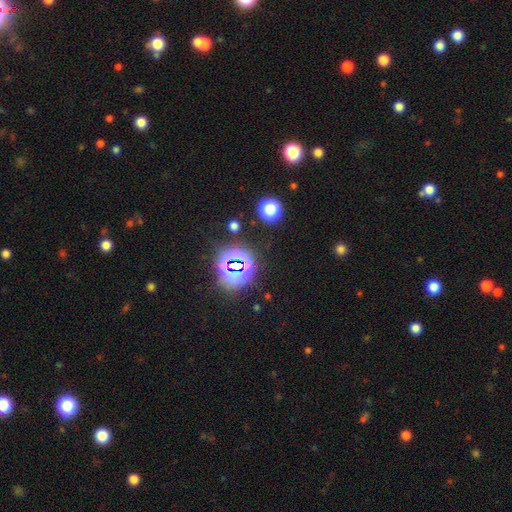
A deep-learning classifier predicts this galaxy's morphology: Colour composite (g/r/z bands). It shows a star or artifact, not a galaxy (81%).